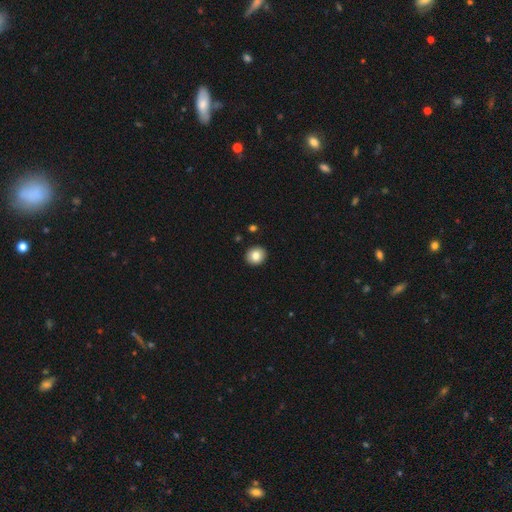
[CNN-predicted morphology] Smooth or featured? Predicted: smooth (p=0.83). How rounded? Predicted: round (p=0.86). Merging? Predicted: none (p=0.92).